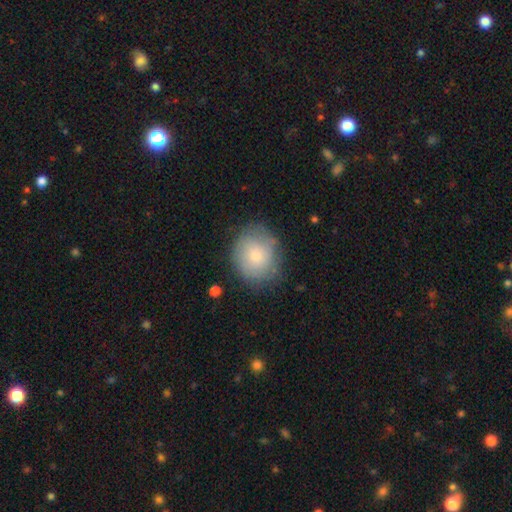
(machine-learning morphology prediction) Smooth or featured: smooth — 69% (featured or disk — 23%)
How rounded: round — 71% (in between — 28%)
Merging: none — 77% (minor disturbance — 17%)